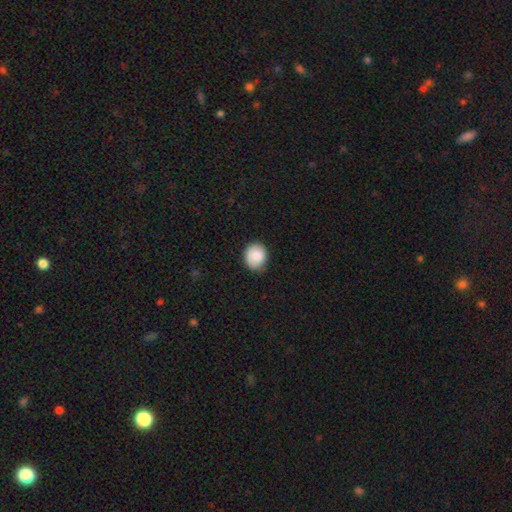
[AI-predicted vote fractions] Smooth or featured? Predicted: smooth (p=0.85). How rounded? Predicted: round (p=0.72). Merging? Predicted: none (p=0.75).